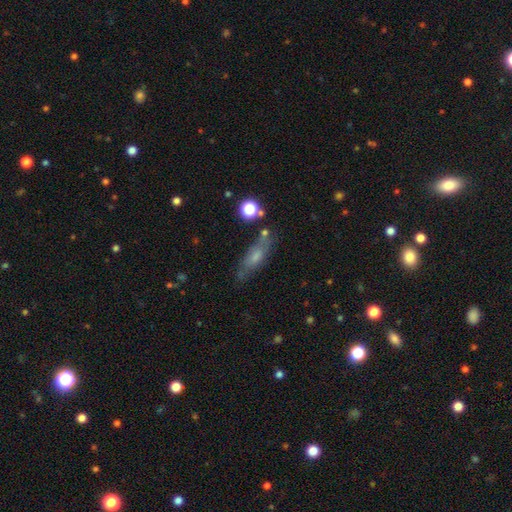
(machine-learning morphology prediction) A smooth galaxy with no disk features (52%) that is in between round and cigar-shaped (49%).

Vote fractions:
- Smooth or featured? smooth: 52% / featured or disk: 36% / star or artifact: 13%
- How rounded? in between: 49% / cigar-shaped: 45% / round: 5%
- Merging? none: 64% / minor disturbance: 21% / major disturbance: 9% / merger: 7%